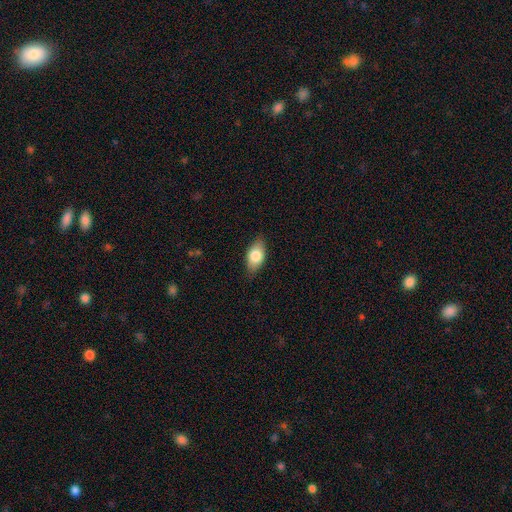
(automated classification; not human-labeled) This is likely a smooth galaxy (78%). How rounded: clearly in between (90%). Merging: clearly none (82%).